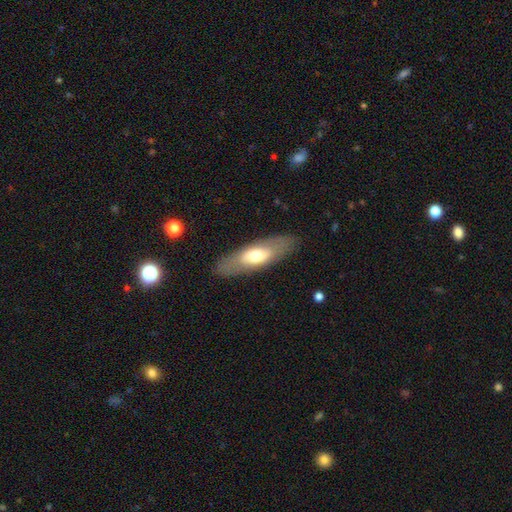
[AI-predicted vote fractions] Smooth or featured?
  - smooth: 55% *
  - featured or disk: 39%
  - star or artifact: 6%
How rounded?
  - in between: 59% *
  - cigar-shaped: 38%
  - round: 2%
Merging?
  - none: 85% *
  - minor disturbance: 11%
  - major disturbance: 4%
  - merger: 1%